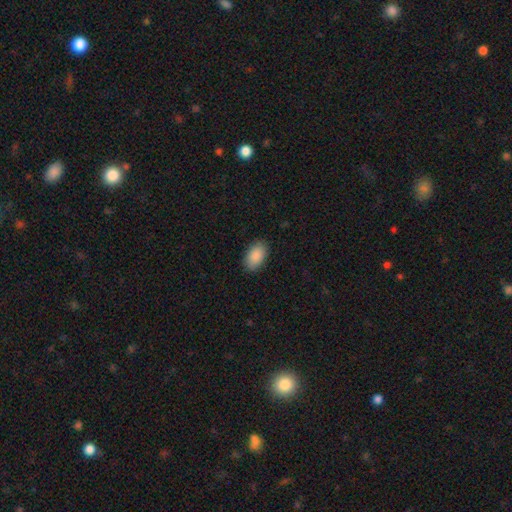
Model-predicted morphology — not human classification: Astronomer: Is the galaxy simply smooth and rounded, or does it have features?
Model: smooth — 90%.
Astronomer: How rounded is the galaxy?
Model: in between — 94%.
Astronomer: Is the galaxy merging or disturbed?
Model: none — 88%.